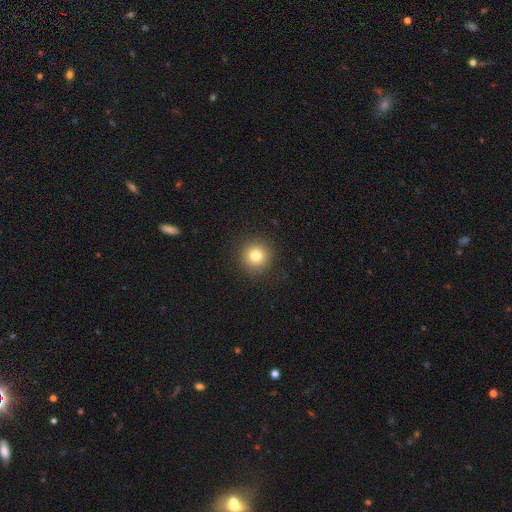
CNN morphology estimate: Smooth or featured: smooth — 79% (star or artifact — 13%)
How rounded: round — 95% (in between — 5%)
Merging: none — 91% (minor disturbance — 5%)